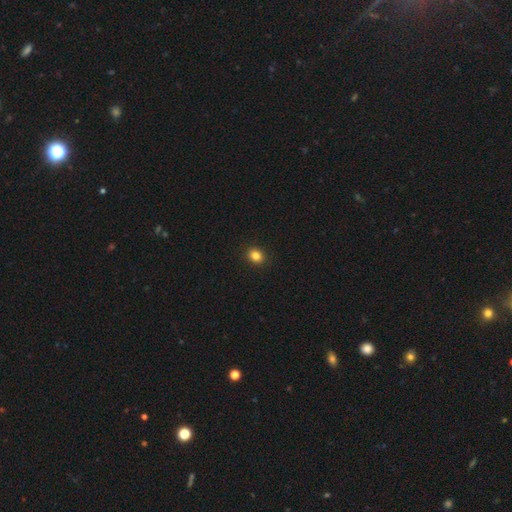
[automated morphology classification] type=smooth (84%); roundness=round (63%); merging=none (92%).